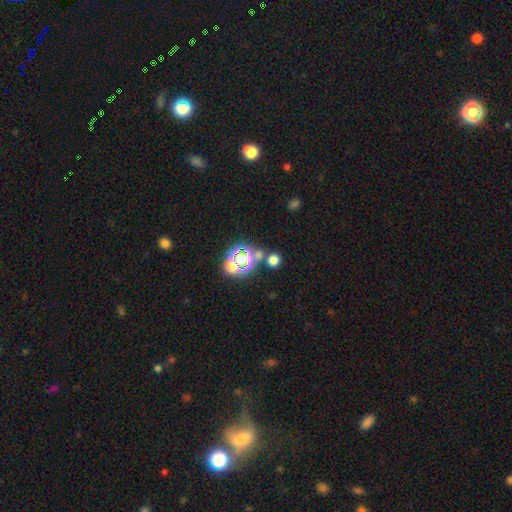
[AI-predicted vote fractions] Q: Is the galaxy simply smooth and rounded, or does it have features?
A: star or artifact — 65%.